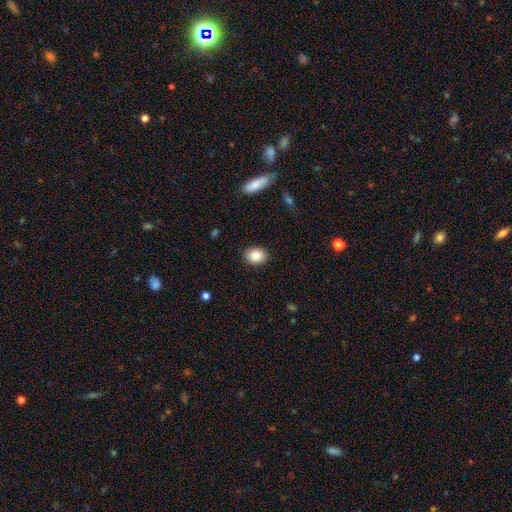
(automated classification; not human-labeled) Q: Smooth or featured?
A: smooth (85%); runner-up: star or artifact (8%)
Q: How rounded?
A: in between (54%); runner-up: round (45%)
Q: Merging?
A: none (89%); runner-up: minor disturbance (7%)